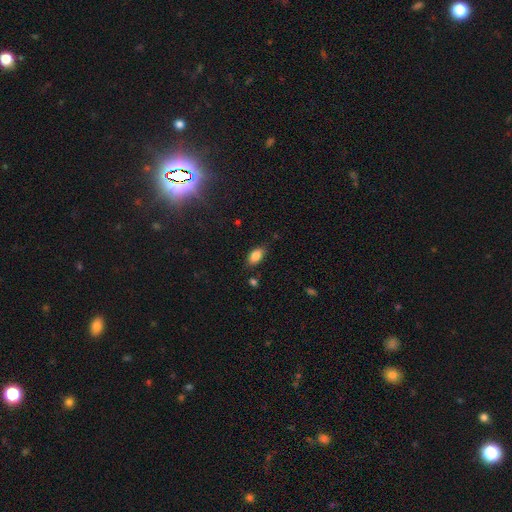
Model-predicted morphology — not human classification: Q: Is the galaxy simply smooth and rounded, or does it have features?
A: smooth — 83%.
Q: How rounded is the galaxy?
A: in between — 91%.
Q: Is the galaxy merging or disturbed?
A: none — 80%.